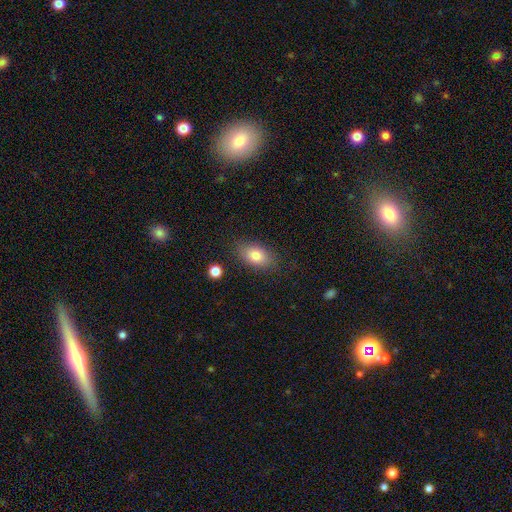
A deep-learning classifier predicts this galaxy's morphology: smooth_or_featured: smooth (p=0.81) [alt: featured or disk p=0.11]
how_rounded: in between (p=0.87) [alt: round p=0.10]
merging: none (p=0.83) [alt: minor disturbance p=0.12]